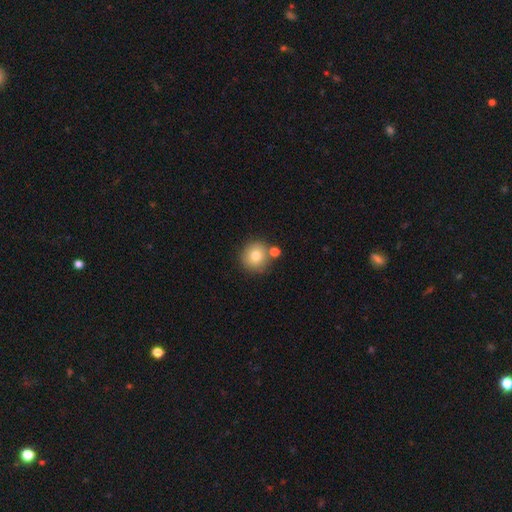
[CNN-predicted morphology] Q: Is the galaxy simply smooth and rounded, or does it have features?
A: smooth — 77%.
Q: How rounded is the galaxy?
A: round — 93%.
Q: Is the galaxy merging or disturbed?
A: none — 75%.